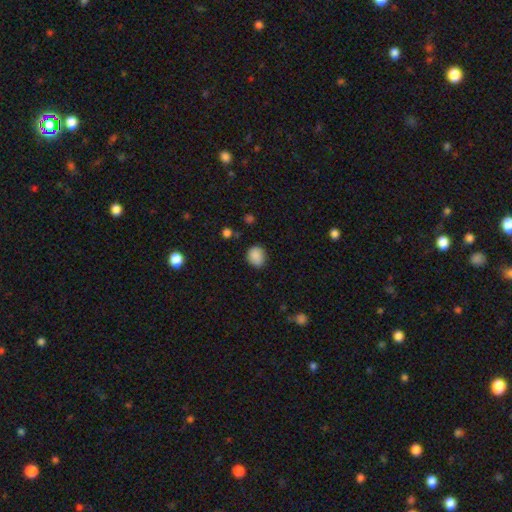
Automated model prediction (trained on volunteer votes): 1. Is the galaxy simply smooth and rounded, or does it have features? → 87% smooth, 9% star or artifact, 4% featured or disk.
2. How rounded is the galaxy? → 68% round, 31% in between, 1% cigar-shaped.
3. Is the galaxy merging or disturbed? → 82% none, 13% minor disturbance, 3% major disturbance, 1% merger.